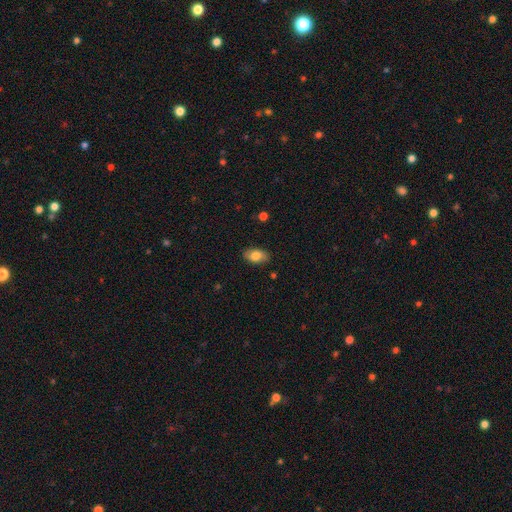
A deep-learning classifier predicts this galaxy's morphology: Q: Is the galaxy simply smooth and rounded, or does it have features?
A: smooth — 79%.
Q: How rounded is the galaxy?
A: in between — 91%.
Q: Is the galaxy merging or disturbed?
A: none — 85%.